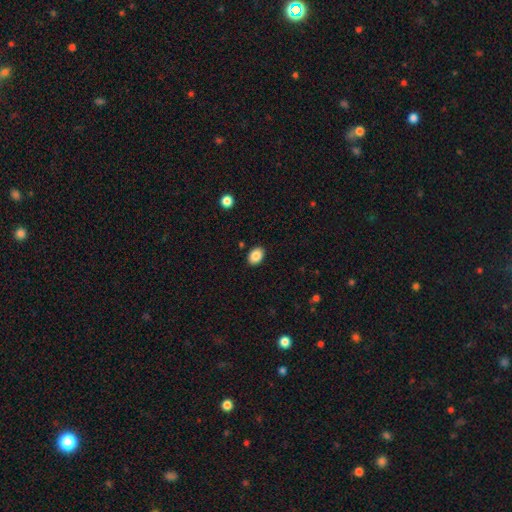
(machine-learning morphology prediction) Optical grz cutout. It shows a smooth galaxy with no disk features (87%) that is in between round and cigar-shaped (82%). Merging: none (89%).